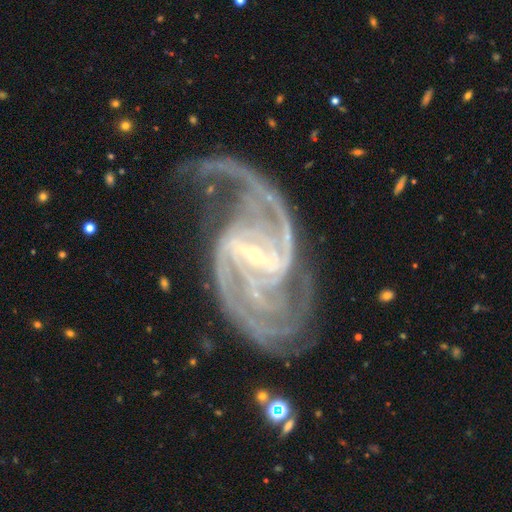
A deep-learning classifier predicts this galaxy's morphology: type=featured or disk (93%); edge-on=no (98%); bar=strong (64%); spiral arms=yes (99%); winding=medium (52%); arm count=2 (44%); bulge=small (83%); merging=none (58%).